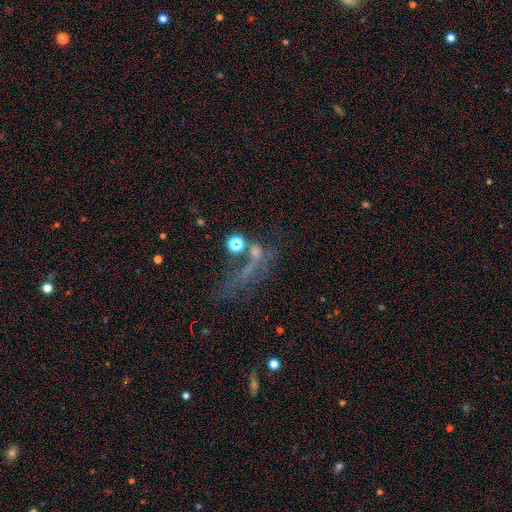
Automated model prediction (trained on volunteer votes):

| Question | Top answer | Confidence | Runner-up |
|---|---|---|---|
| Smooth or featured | smooth | 38% | star or artifact (33%) |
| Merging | major disturbance | 35% | none (33%) |